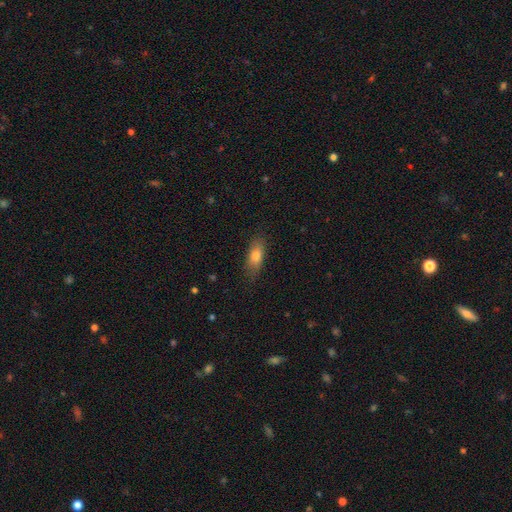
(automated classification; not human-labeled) smooth-or-featured: smooth: 77% | featured or disk: 15% | star or artifact: 8%
  how-rounded: in between: 67% | cigar-shaped: 30% | round: 3%
  merging: none: 80% | minor disturbance: 15% | major disturbance: 4% | merger: 1%